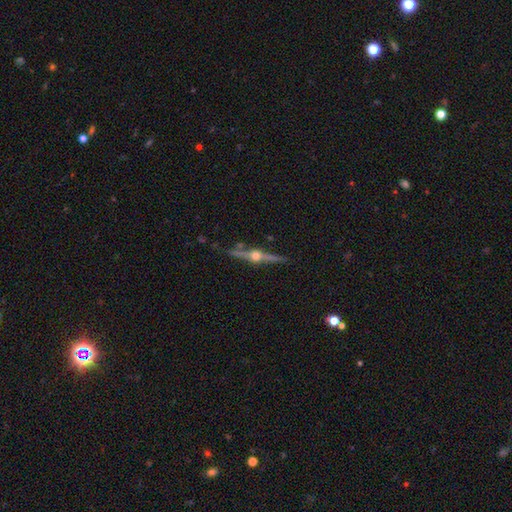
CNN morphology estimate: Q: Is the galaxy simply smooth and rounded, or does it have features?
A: featured or disk — 85%.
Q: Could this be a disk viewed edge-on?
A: yes — 98%.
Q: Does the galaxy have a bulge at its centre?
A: rounded — 96%.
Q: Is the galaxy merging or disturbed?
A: none — 86%.